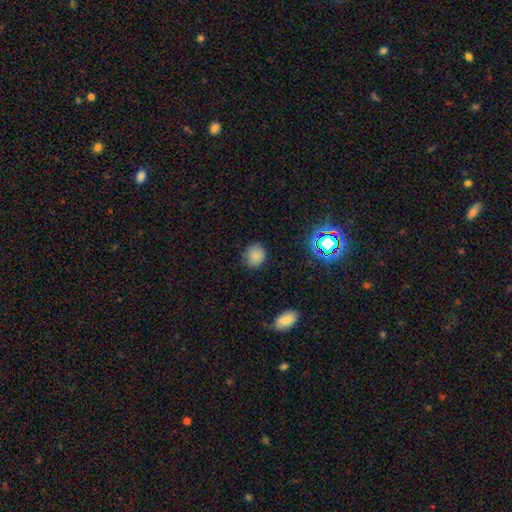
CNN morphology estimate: Smooth or featured? Predicted: smooth (p=0.81). How rounded? Predicted: round (p=0.84). Merging? Predicted: none (p=0.83).